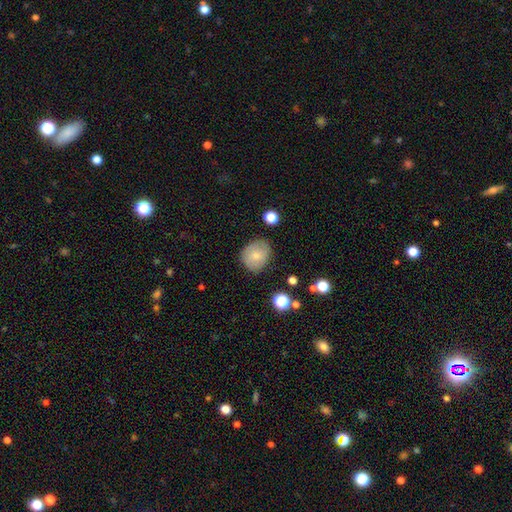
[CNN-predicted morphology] smooth 73%, featured or disk 18%, star or artifact 8%. Down the decision tree: how rounded — round (61%); merging — none (77%).